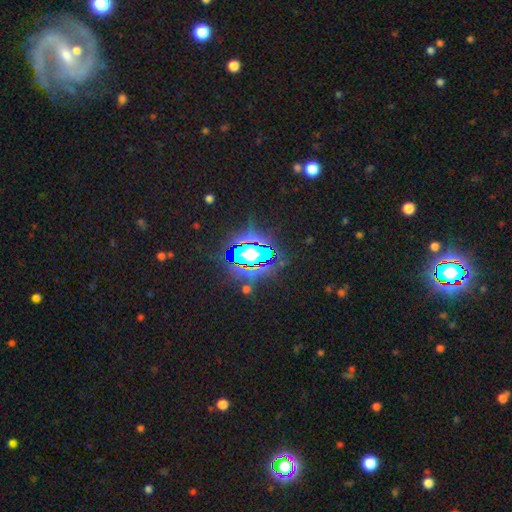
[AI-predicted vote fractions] Smooth or featured?
  - star or artifact: 78% *
  - smooth: 13%
  - featured or disk: 9%